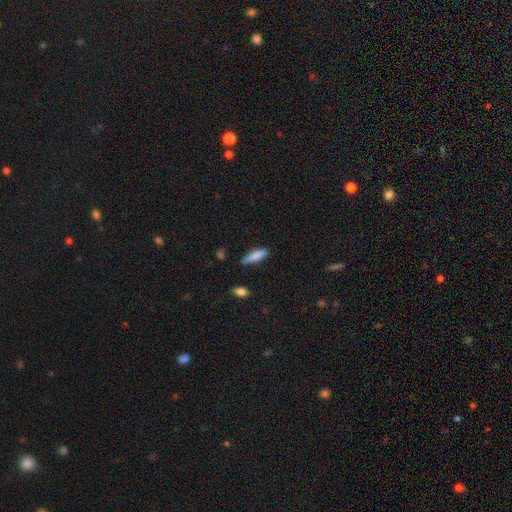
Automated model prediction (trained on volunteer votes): Morphology: type=smooth (84%); roundness=cigar-shaped (51%); merging=none (74%).